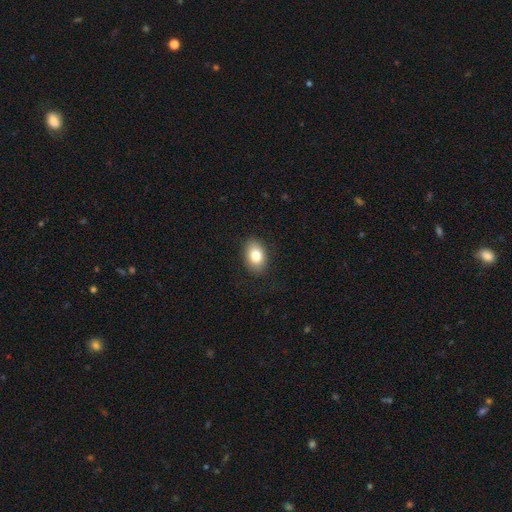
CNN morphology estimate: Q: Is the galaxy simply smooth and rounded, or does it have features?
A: smooth — 81%.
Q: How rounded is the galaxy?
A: in between — 83%.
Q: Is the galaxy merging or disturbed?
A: none — 87%.